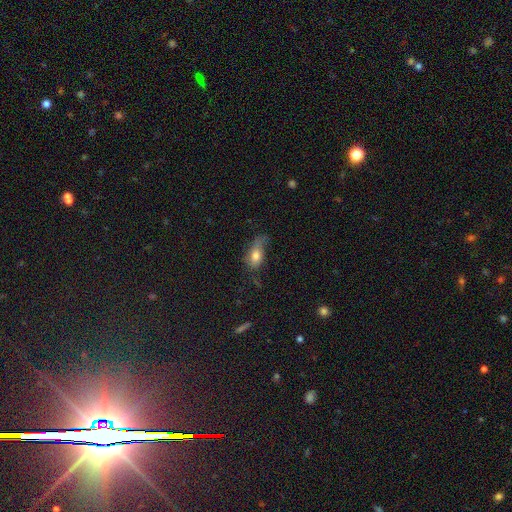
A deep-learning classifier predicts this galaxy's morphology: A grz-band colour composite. It shows a smooth galaxy with no disk features (68%) that is in between round and cigar-shaped (80%). Merging: minor disturbance (33%).